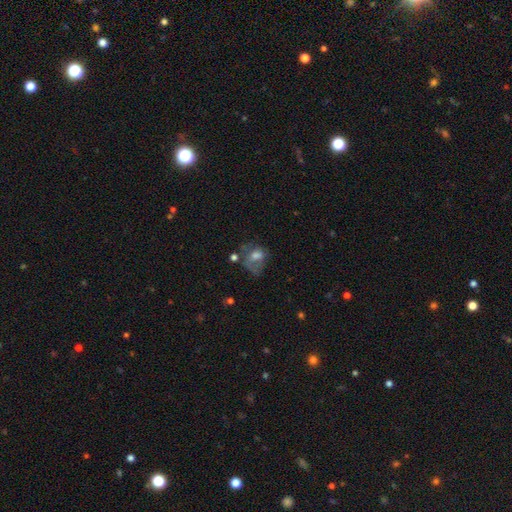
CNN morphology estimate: Smooth or featured? smooth (47%)
Merging? major disturbance (37%)